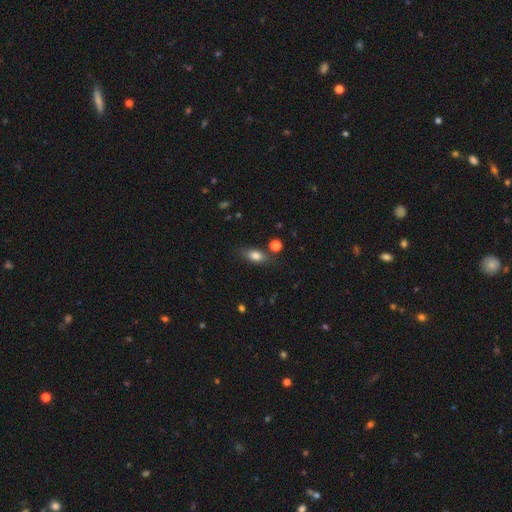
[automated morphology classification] Q: Smooth or featured?
A: smooth (79%); runner-up: featured or disk (11%)
Q: How rounded?
A: in between (79%); runner-up: cigar-shaped (12%)
Q: Merging?
A: none (74%); runner-up: minor disturbance (16%)